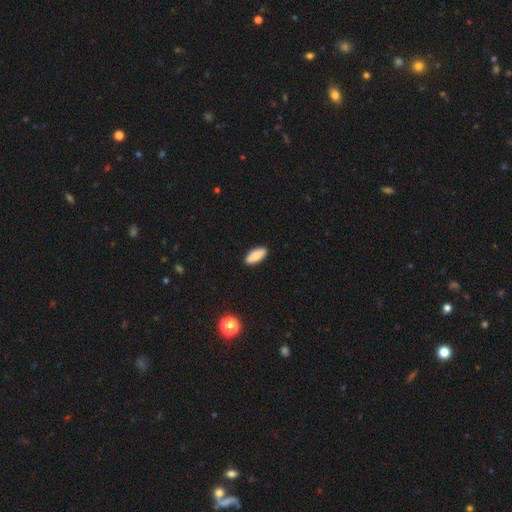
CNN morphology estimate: Smooth or featured?
  - smooth: 79% *
  - featured or disk: 15%
  - star or artifact: 7%
How rounded?
  - in between: 86% *
  - cigar-shaped: 12%
  - round: 2%
Merging?
  - none: 89% *
  - minor disturbance: 8%
  - major disturbance: 2%
  - merger: 1%